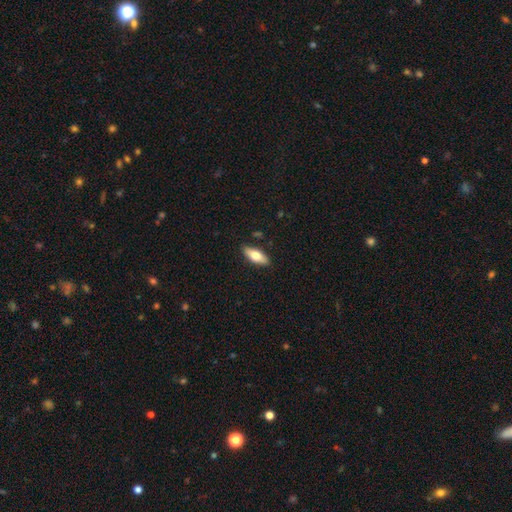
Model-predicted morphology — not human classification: Smooth or featured? Predicted: smooth (p=0.66). How rounded? Predicted: in between (p=0.71). Merging? Predicted: none (p=0.88).